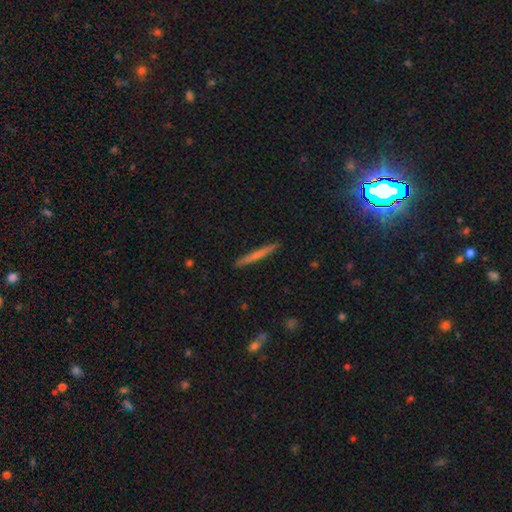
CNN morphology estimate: smooth_or_featured: featured or disk (p=0.52) [alt: smooth p=0.41]
disk_edge_on: yes (p=0.97) [alt: no p=0.03]
edge_on_bulge: none (p=0.48) [alt: rounded p=0.47]
merging: none (p=0.91) [alt: minor disturbance p=0.06]